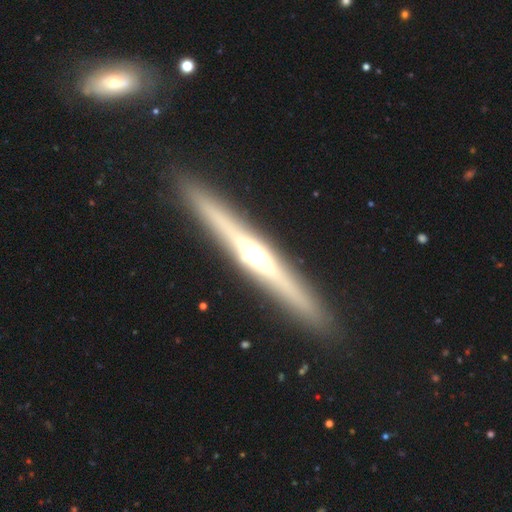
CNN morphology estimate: The model was most divided on "smooth or featured": featured or disk: 76%, smooth: 18%, star or artifact: 6%. More confident: edge-on disk — yes (97%); merging — none (91%); edge-on bulge — rounded (86%).